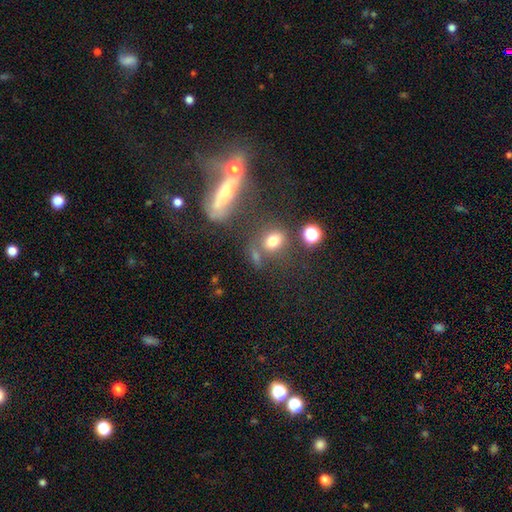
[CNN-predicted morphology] Smooth or featured? smooth (60%)
How rounded? round (51%)
Merging? none (48%)